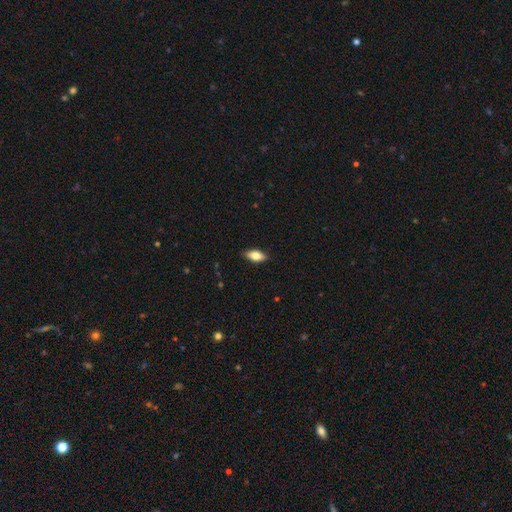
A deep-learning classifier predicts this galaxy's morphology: This appears to be a smooth galaxy with no disk features (69%) that is in between round and cigar-shaped (81%). Merging: none (87%).